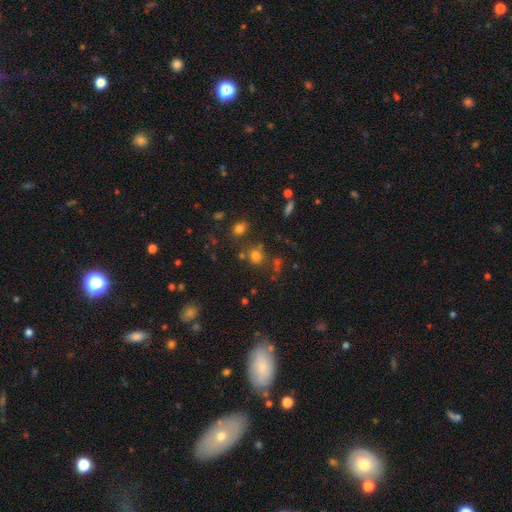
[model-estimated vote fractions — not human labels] This is likely a smooth galaxy (71%). How rounded: likely round (79%). Merging: likely none (68%).